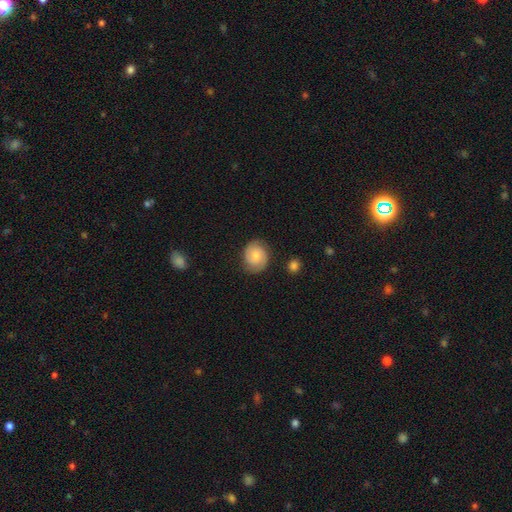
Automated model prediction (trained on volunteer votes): smooth-or-featured: featured or disk: 49% | smooth: 43% | star or artifact: 8%
  merging: none: 81% | minor disturbance: 14% | major disturbance: 4% | merger: 1%